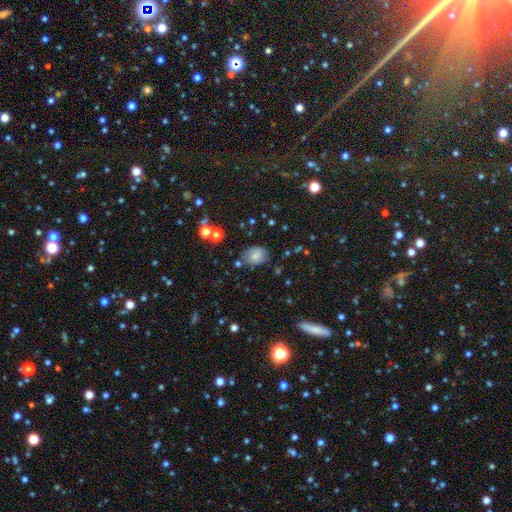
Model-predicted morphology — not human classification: Overall: smooth (67%). How rounded: in between (53%; round 46%). Merging: none (69%).